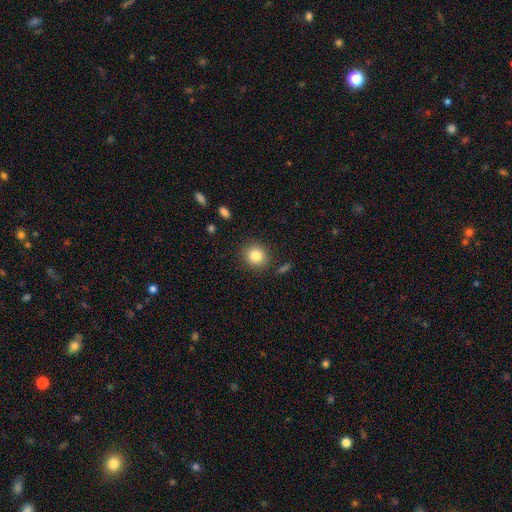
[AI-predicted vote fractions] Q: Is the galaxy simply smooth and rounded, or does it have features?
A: smooth — 84%.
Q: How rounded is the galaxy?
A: round — 87%.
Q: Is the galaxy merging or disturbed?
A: none — 88%.